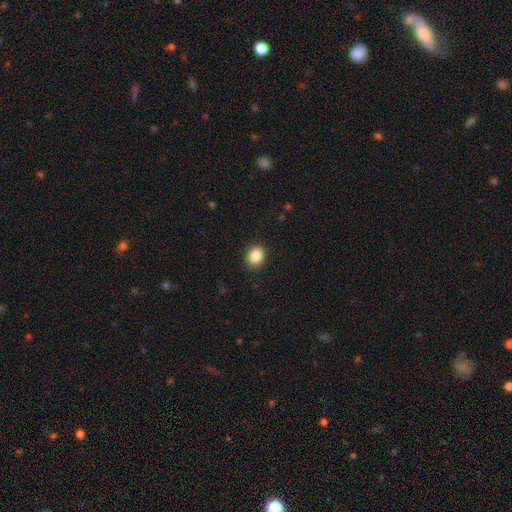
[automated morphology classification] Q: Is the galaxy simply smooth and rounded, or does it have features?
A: smooth — 87%.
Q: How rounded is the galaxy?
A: in between — 50%.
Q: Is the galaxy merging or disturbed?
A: none — 89%.